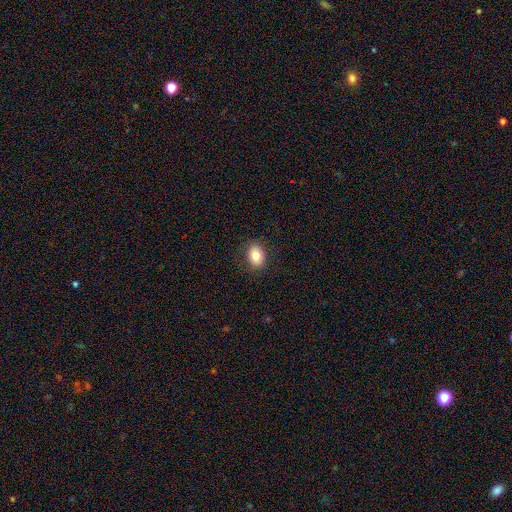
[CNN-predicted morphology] Smooth or featured: smooth — 83% (star or artifact — 9%)
How rounded: in between — 76% (round — 23%)
Merging: none — 87% (minor disturbance — 10%)